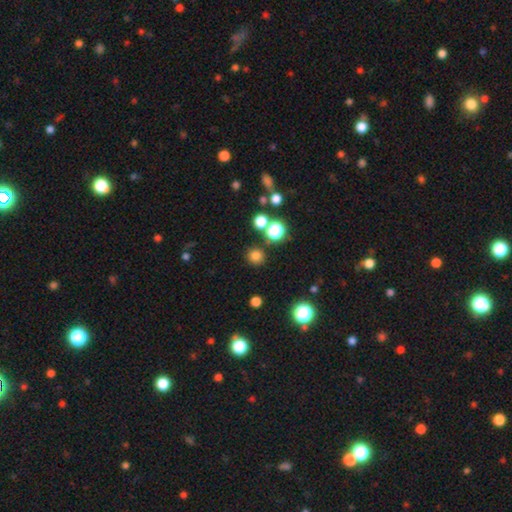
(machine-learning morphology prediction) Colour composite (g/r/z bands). It shows a smooth galaxy with no disk features (77%) that is round (93%). Merging: none (85%).